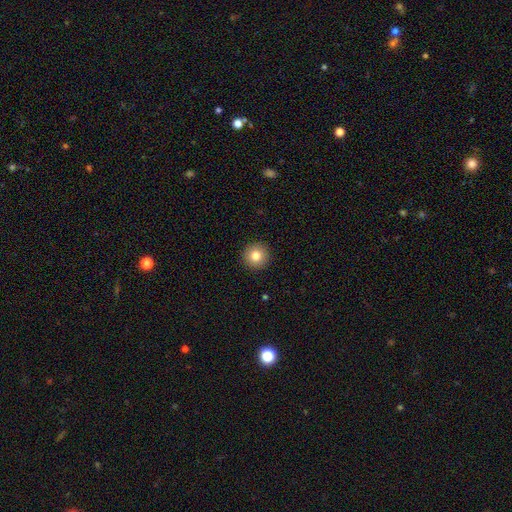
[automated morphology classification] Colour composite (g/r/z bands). It shows a smooth galaxy with no disk features (81%) that is round (96%). Merging: none (93%).